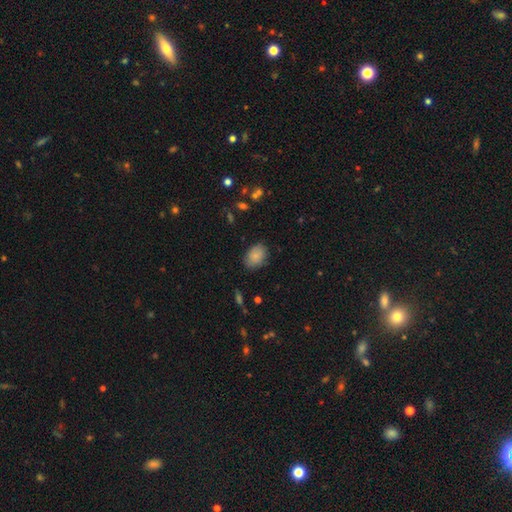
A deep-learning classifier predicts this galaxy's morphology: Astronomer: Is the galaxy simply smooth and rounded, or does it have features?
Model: smooth — 82%.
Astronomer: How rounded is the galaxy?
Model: in between — 78%.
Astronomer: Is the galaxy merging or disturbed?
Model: none — 80%.